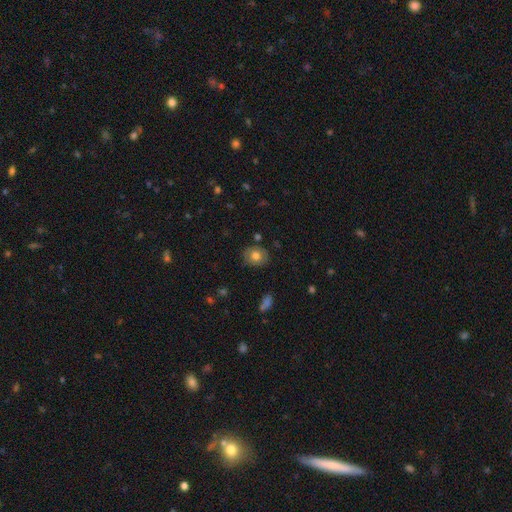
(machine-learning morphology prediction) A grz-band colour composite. It shows a smooth galaxy with no disk features (69%) that is round (62%). Merging: none (82%).